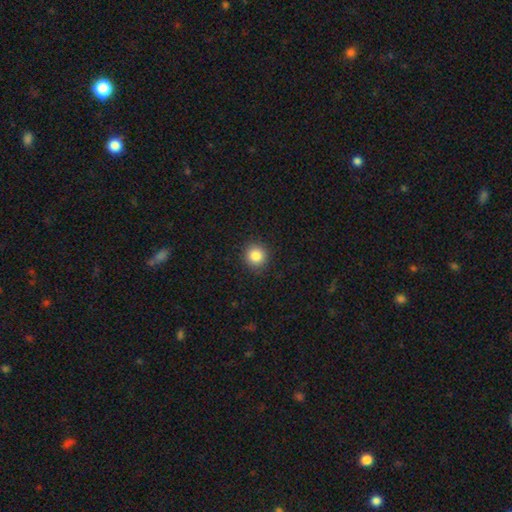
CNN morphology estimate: Smooth or featured? Predicted: smooth (p=0.85). How rounded? Predicted: round (p=0.92). Merging? Predicted: none (p=0.91).